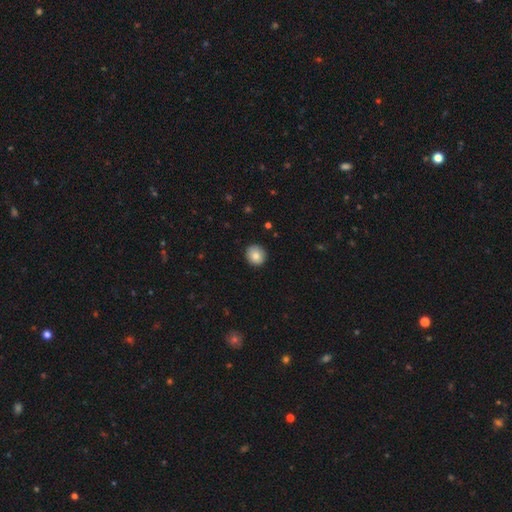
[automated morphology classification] smooth-or-featured: smooth: 82% | featured or disk: 9% | star or artifact: 9%
  how-rounded: round: 89% | in between: 10% | cigar-shaped: 1%
  merging: none: 90% | minor disturbance: 7% | major disturbance: 2% | merger: 1%